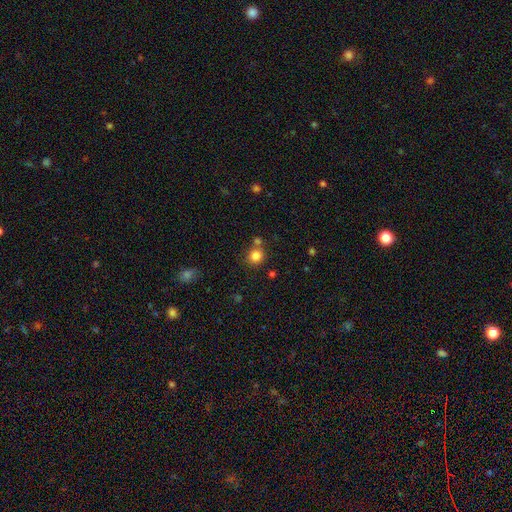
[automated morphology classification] This is clearly a smooth galaxy (83%). How rounded: clearly round (88%). Merging: likely none (73%).